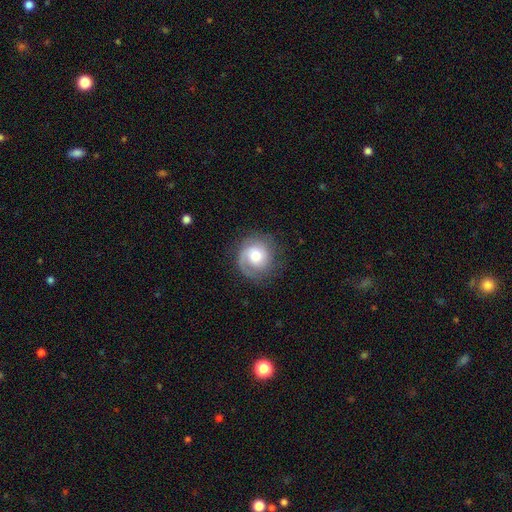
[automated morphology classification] Q: Smooth or featured?
A: featured or disk (59%); runner-up: smooth (33%)
Q: Edge-on disk?
A: no (97%); runner-up: yes (3%)
Q: Bar?
A: no (74%); runner-up: weak (22%)
Q: Spiral arms?
A: yes (88%); runner-up: no (12%)
Q: Spiral winding?
A: tight (49%); runner-up: medium (33%)
Q: Spiral arm count?
A: 1 (62%); runner-up: 2 (20%)
Q: Bulge size?
A: moderate (66%); runner-up: small (16%)
Q: Merging?
A: none (73%); runner-up: minor disturbance (16%)